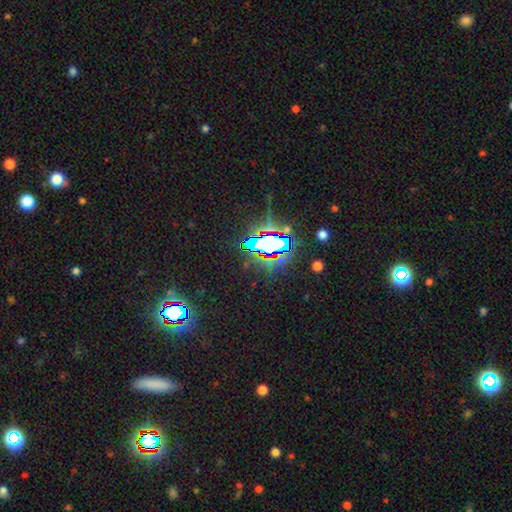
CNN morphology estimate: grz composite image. It shows a star or artifact, not a galaxy (82%).